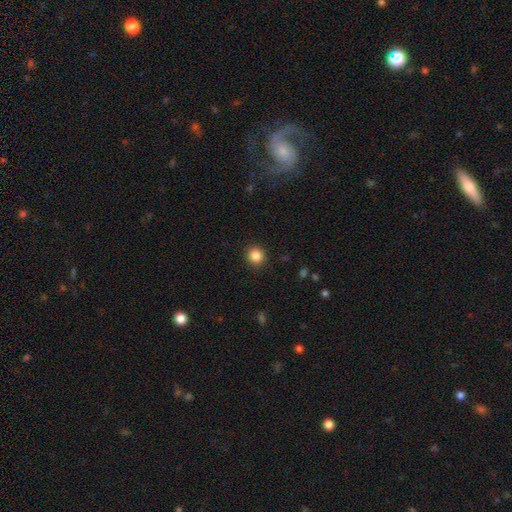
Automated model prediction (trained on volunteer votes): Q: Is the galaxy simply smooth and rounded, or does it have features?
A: smooth — 85%.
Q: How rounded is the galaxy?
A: round — 90%.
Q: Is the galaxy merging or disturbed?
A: none — 91%.